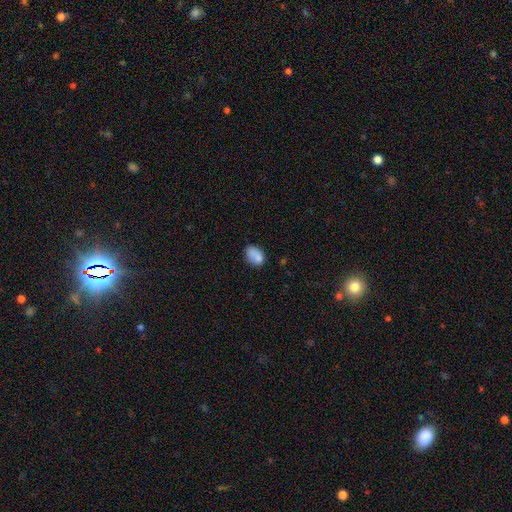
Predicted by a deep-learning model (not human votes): smooth-or-featured: smooth: 82% | star or artifact: 9% | featured or disk: 9%
  how-rounded: in between: 80% | round: 18% | cigar-shaped: 1%
  merging: none: 61% | minor disturbance: 24% | merger: 8% | major disturbance: 7%